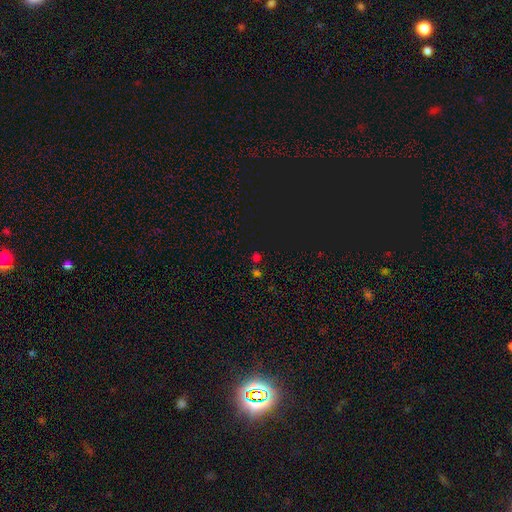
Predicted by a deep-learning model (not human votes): A star or artifact, not a galaxy (52%).

Vote fractions:
- Smooth or featured? star or artifact: 52% / smooth: 42% / featured or disk: 7%